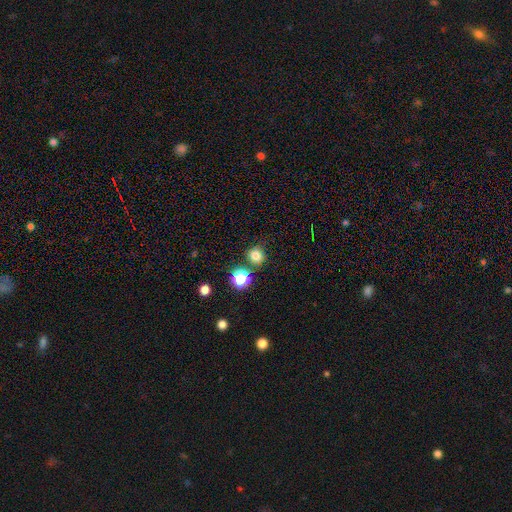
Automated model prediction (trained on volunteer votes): smooth_or_featured: smooth (p=0.78) [alt: star or artifact p=0.17]
how_rounded: round (p=0.90) [alt: in between p=0.09]
merging: none (p=0.81) [alt: minor disturbance p=0.09]